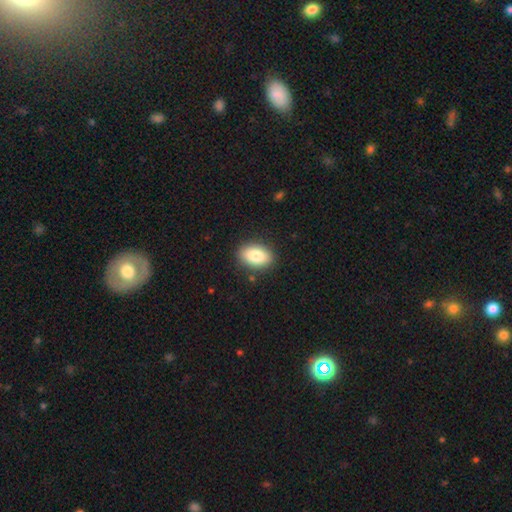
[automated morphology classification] smooth 84%, featured or disk 9%, star or artifact 7%. Down the decision tree: how rounded — in between (87%); merging — none (87%).